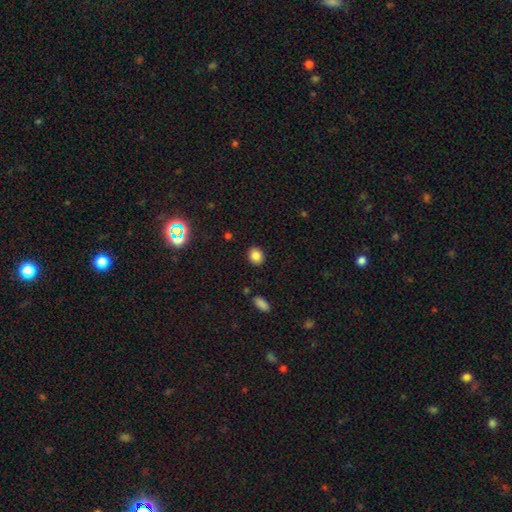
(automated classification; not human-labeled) smooth-or-featured: smooth: 85% | star or artifact: 10% | featured or disk: 5%
  how-rounded: round: 66% | in between: 33% | cigar-shaped: 1%
  merging: none: 89% | minor disturbance: 7% | major disturbance: 2% | merger: 2%